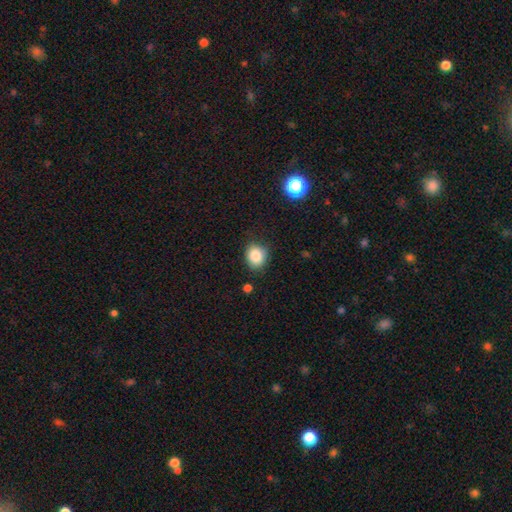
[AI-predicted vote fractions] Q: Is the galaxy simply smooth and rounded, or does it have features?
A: smooth — 84%.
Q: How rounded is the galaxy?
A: round — 67%.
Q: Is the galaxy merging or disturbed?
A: none — 81%.